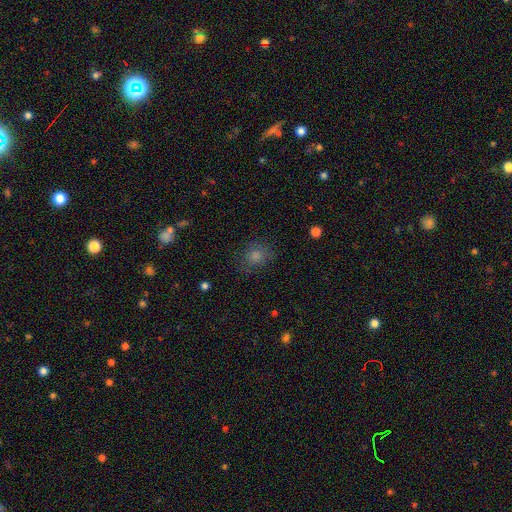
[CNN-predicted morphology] The model was most divided on "how rounded": round: 66%, in between: 32%, cigar-shaped: 1%. More confident: merging — none (80%); smooth or featured — smooth (63%).